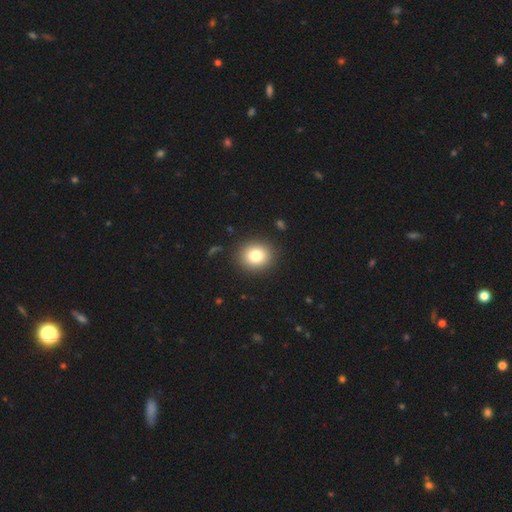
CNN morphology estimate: A smooth galaxy with no disk features (81%) that is round (79%).

Vote fractions:
- Smooth or featured? smooth: 81% / star or artifact: 10% / featured or disk: 9%
- How rounded? round: 79% / in between: 21% / cigar-shaped: 1%
- Merging? none: 90% / minor disturbance: 7% / major disturbance: 2% / merger: 1%